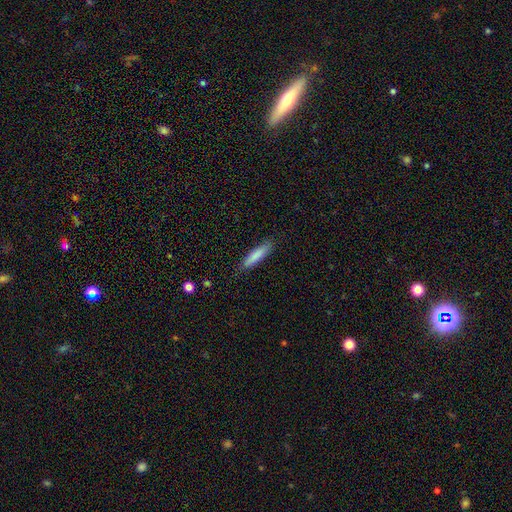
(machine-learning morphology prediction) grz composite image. It shows a smooth galaxy with no disk features (82%) that is cigar-shaped (83%). Merging: none (85%).